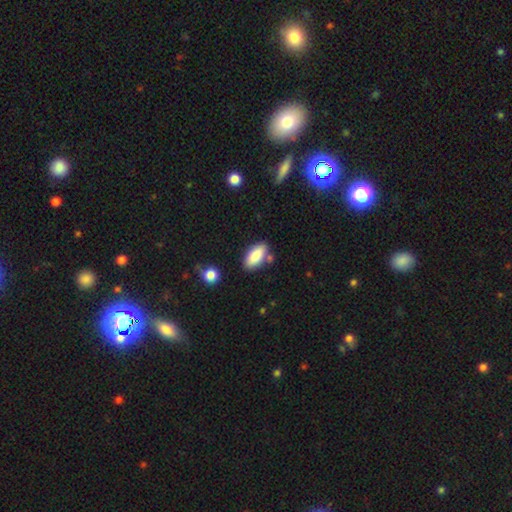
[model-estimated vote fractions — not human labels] This is clearly a smooth galaxy (86%). How rounded: clearly in between (89%). Merging: likely none (77%).